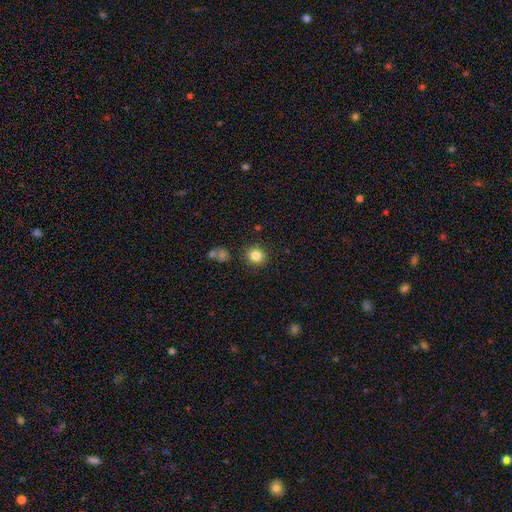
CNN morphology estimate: Smooth or featured: smooth — 83% (star or artifact — 11%)
How rounded: round — 88% (in between — 11%)
Merging: none — 89% (minor disturbance — 7%)